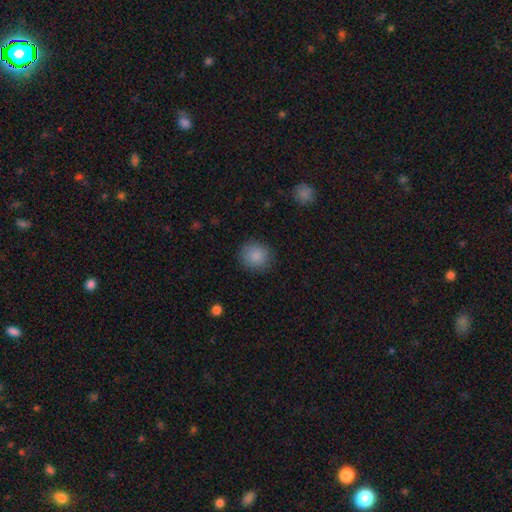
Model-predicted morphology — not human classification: The model was most divided on "how rounded": round: 86%, in between: 13%, cigar-shaped: 1%. More confident: smooth or featured — smooth (87%); merging — none (87%).